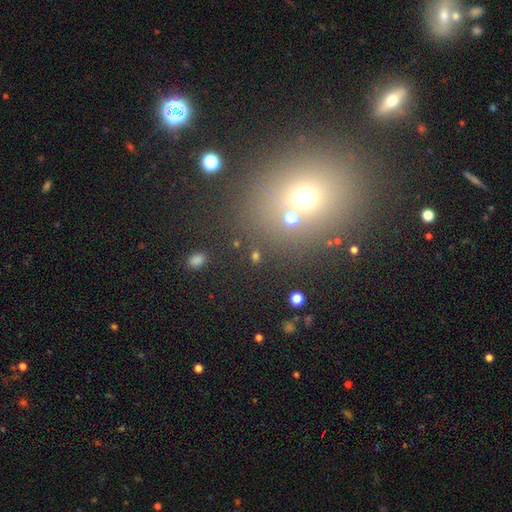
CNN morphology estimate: This appears to be a smooth galaxy with no disk features (53%) that is round (66%). Merging: none (79%).